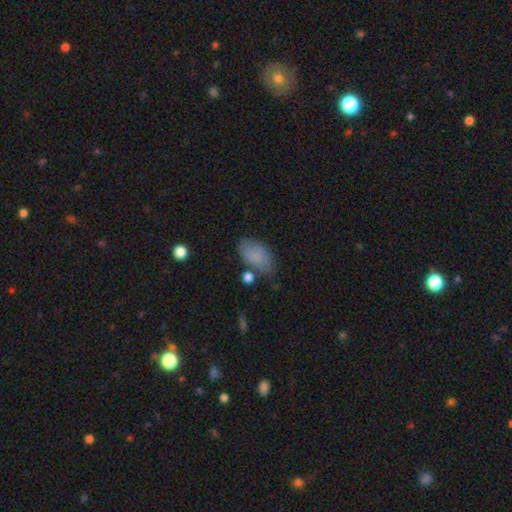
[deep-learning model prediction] Overall: smooth (82%). How rounded: in between (93%). Merging: none (65%).